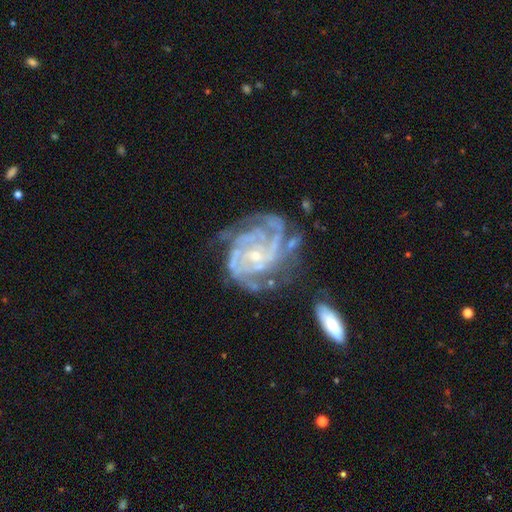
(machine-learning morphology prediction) Overall: featured or disk (90%). Edge-on disk: no (98%). Bar: no (64%; weak 28%). Spiral arms: yes (97%). Spiral arm count: 3 (26%; can't tell 21%). Spiral winding: tight (62%; medium 32%). Bulge size: small (74%). Merging: none (51%; minor disturbance 24%).